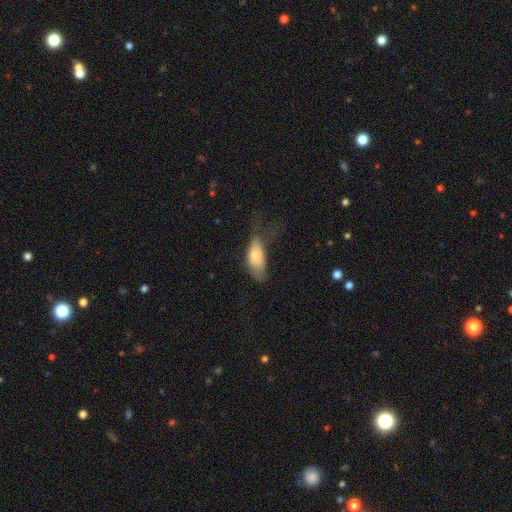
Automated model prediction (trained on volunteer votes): This is likely a smooth galaxy (71%). How rounded: clearly in between (83%). Merging: marginally major disturbance (34%).